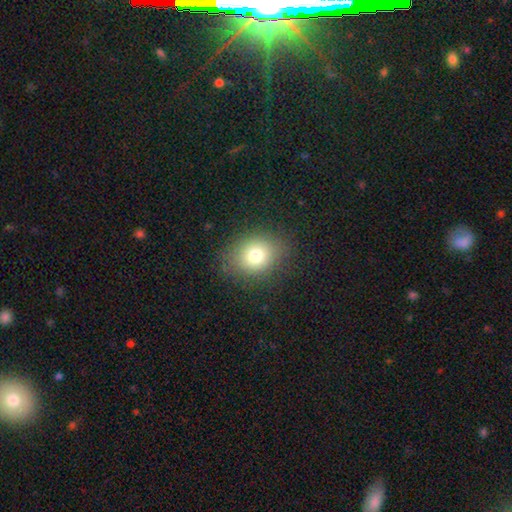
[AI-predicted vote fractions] Smooth or featured? smooth (75%)
How rounded? round (56%)
Merging? none (83%)